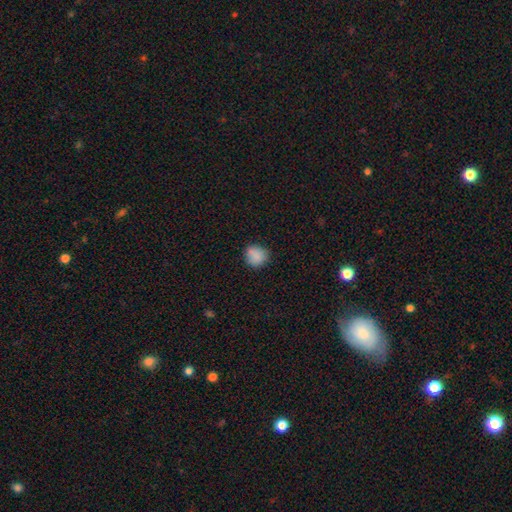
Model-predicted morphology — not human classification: A smooth galaxy with no disk features (84%) that is round (79%).

Vote fractions:
- Smooth or featured? smooth: 84% / star or artifact: 10% / featured or disk: 6%
- How rounded? round: 79% / in between: 20% / cigar-shaped: 1%
- Merging? none: 76% / minor disturbance: 17% / major disturbance: 4% / merger: 3%